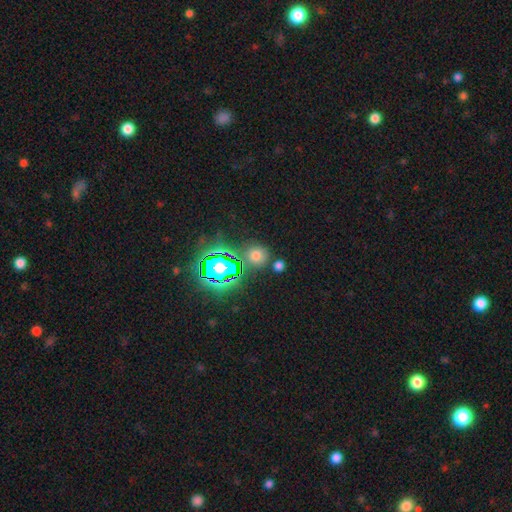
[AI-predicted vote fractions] smooth 60%, star or artifact 32%, featured or disk 8%. Down the decision tree: how rounded — round (79%); merging — none (77%).